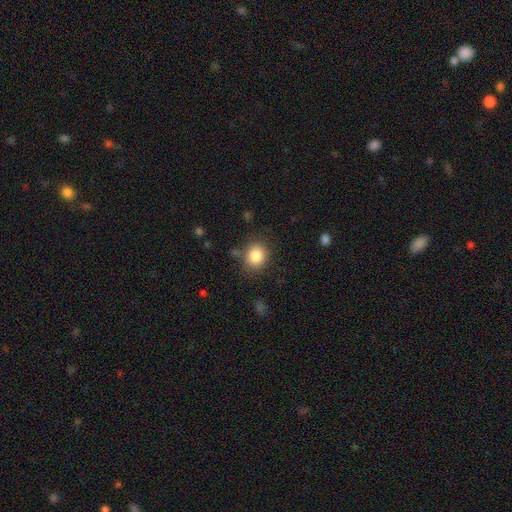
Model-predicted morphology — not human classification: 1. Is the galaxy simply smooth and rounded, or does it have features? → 84% smooth, 10% star or artifact, 6% featured or disk.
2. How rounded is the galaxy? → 68% round, 31% in between, 1% cigar-shaped.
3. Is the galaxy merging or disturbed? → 81% none, 12% minor disturbance, 4% major disturbance, 3% merger.